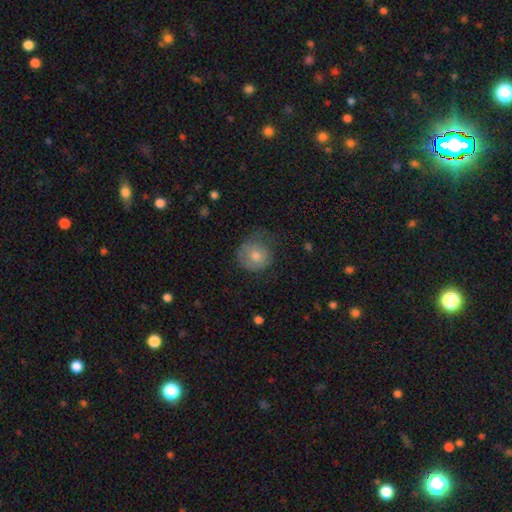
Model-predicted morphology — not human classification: Smooth or featured: smooth — 66% (featured or disk — 24%)
How rounded: round — 87% (in between — 12%)
Merging: none — 60% (minor disturbance — 26%)